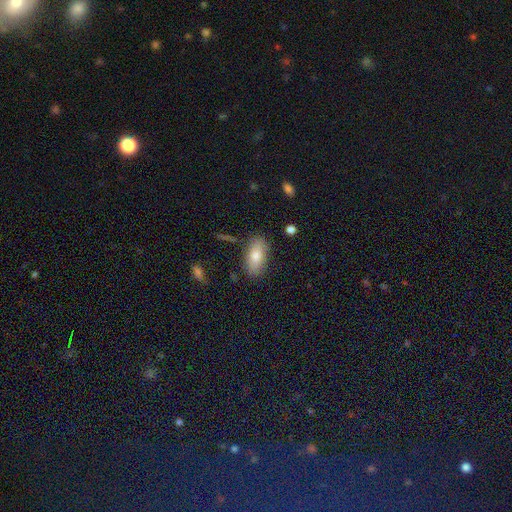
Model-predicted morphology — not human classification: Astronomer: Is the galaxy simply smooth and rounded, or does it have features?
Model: smooth — 77%.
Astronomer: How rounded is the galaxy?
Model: in between — 89%.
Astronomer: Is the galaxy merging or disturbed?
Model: none — 82%.